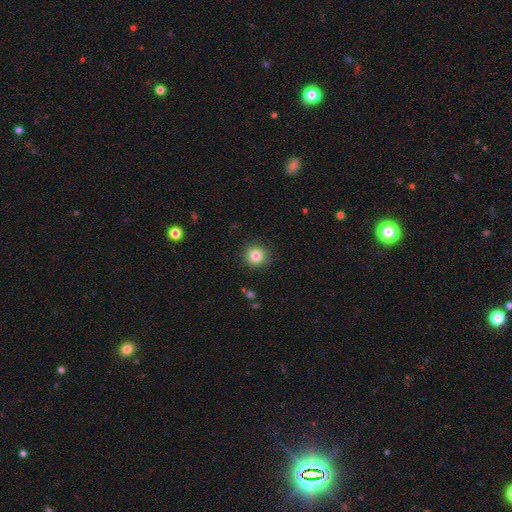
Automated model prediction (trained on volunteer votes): smooth-or-featured: smooth: 83% | star or artifact: 10% | featured or disk: 6%
  how-rounded: round: 93% | in between: 6% | cigar-shaped: 1%
  merging: none: 88% | minor disturbance: 8% | major disturbance: 2% | merger: 1%